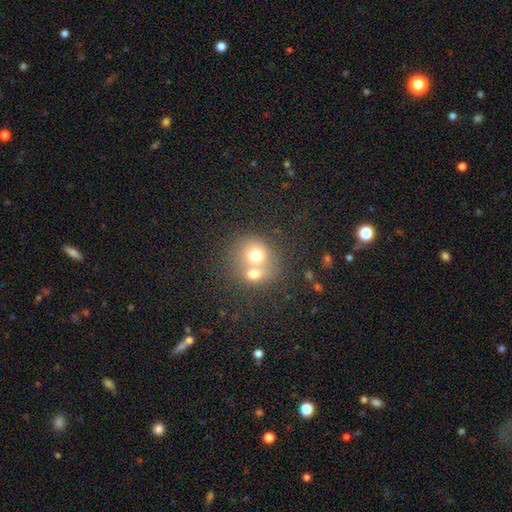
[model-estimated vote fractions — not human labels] smooth-or-featured: smooth: 69% | featured or disk: 19% | star or artifact: 12%
  how-rounded: round: 73% | in between: 26% | cigar-shaped: 1%
  merging: merger: 62% | none: 28% | minor disturbance: 6% | major disturbance: 4%